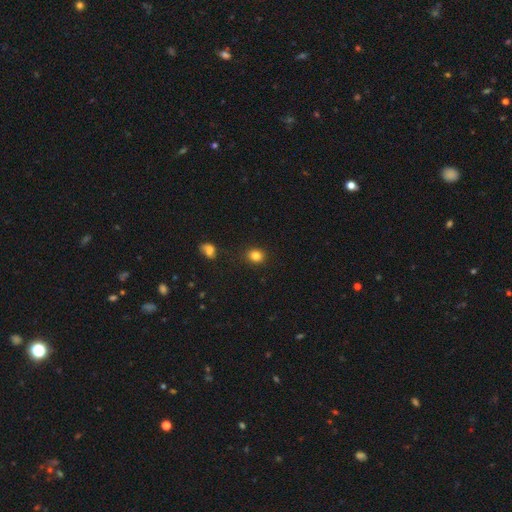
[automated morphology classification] Smooth or featured: smooth — 83% (star or artifact — 12%)
How rounded: round — 69% (in between — 30%)
Merging: none — 88% (minor disturbance — 8%)